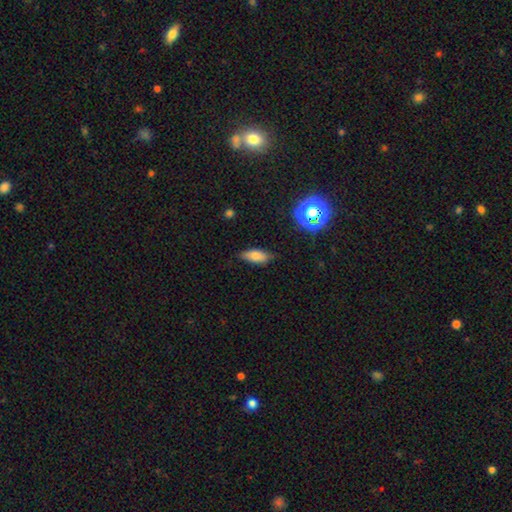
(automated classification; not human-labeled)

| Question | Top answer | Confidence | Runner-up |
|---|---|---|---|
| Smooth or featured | smooth | 76% | featured or disk (14%) |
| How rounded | in between | 81% | cigar-shaped (16%) |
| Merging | none | 76% | minor disturbance (19%) |